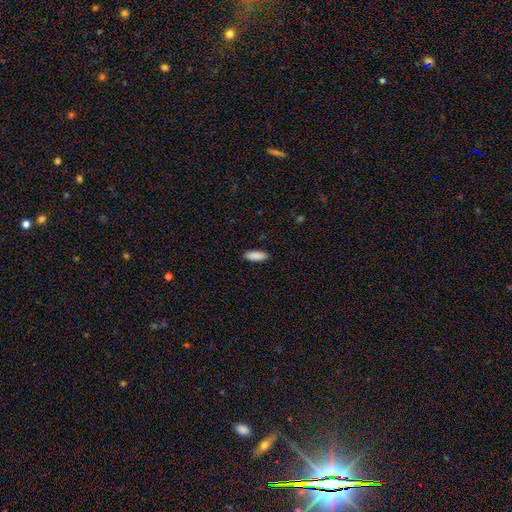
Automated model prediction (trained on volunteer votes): smooth_or_featured: smooth (p=0.90) [alt: star or artifact p=0.06]
how_rounded: in between (p=0.70) [alt: cigar-shaped p=0.29]
merging: none (p=0.89) [alt: minor disturbance p=0.08]